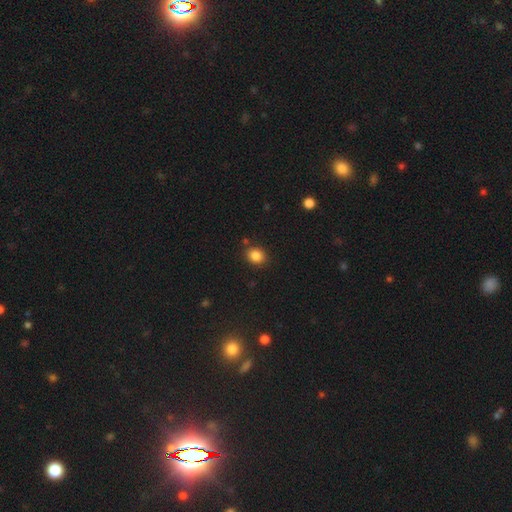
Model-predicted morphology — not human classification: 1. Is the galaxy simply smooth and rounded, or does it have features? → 85% smooth, 11% star or artifact, 5% featured or disk.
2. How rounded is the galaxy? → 60% round, 39% in between, 1% cigar-shaped.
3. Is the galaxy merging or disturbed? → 84% none, 10% minor disturbance, 4% merger, 3% major disturbance.